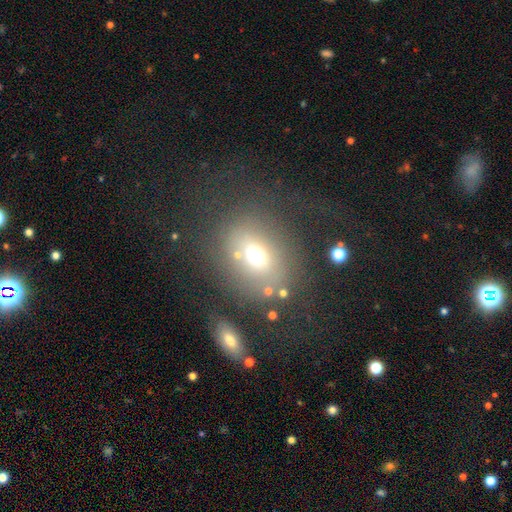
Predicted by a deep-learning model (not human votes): This is likely a smooth galaxy (61%). How rounded: possibly round (52%). Merging: possibly none (52%).